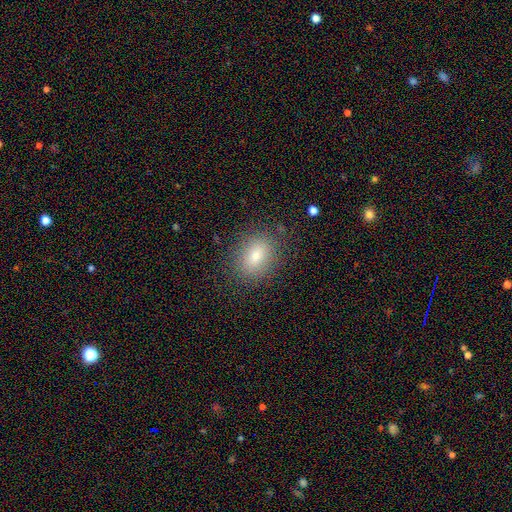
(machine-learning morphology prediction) This is likely a smooth galaxy (74%). How rounded: likely in between (65%). Merging: clearly none (85%).